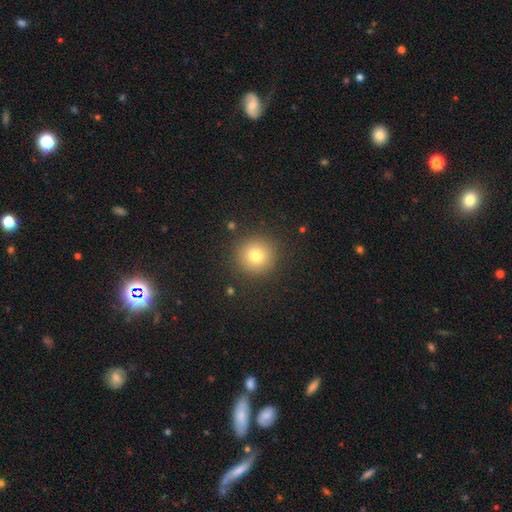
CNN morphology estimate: Smooth or featured?
  - smooth: 78% *
  - star or artifact: 12%
  - featured or disk: 10%
How rounded?
  - round: 94% *
  - in between: 5%
  - cigar-shaped: 1%
Merging?
  - none: 89% *
  - minor disturbance: 7%
  - major disturbance: 3%
  - merger: 1%